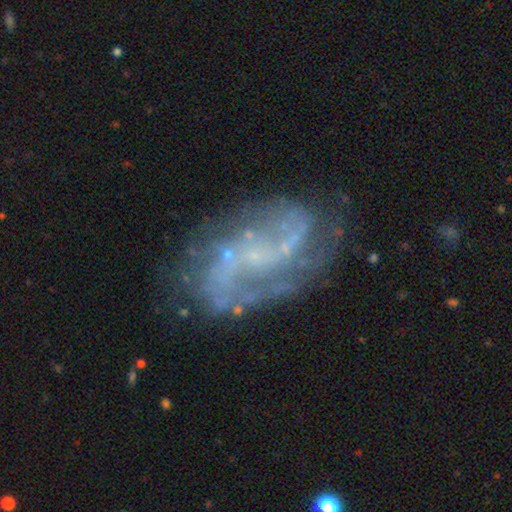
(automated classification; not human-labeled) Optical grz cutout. It shows a featured or disk galaxy (81%) with no bar (53%), 2 (53%) loose (42%) spiral arms (86%) and a small central bulge (47%). Merging: none (60%).